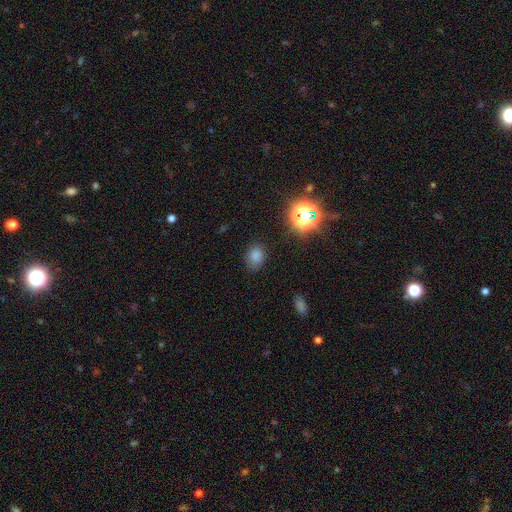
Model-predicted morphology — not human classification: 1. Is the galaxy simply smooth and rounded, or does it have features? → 76% smooth, 18% star or artifact, 6% featured or disk.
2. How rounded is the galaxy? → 62% in between, 37% round, 1% cigar-shaped.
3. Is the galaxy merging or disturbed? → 79% none, 15% minor disturbance, 4% major disturbance, 2% merger.